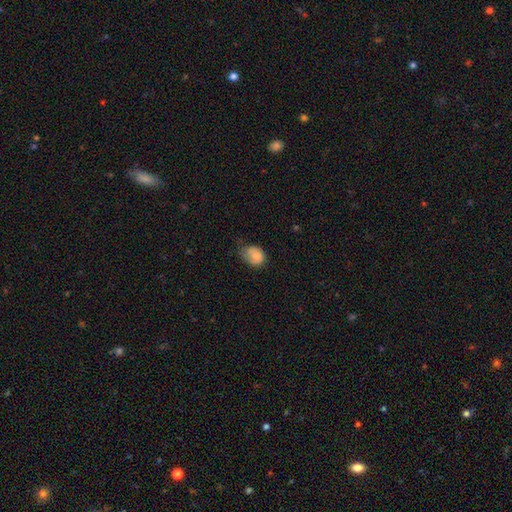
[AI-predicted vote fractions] A smooth galaxy with no disk features (81%) that is in between round and cigar-shaped (57%).

Vote fractions:
- Smooth or featured? smooth: 81% / featured or disk: 11% / star or artifact: 8%
- How rounded? in between: 57% / round: 42% / cigar-shaped: 1%
- Merging? minor disturbance: 41% (tied) / none: 41% (tied) / major disturbance: 16% / merger: 2%